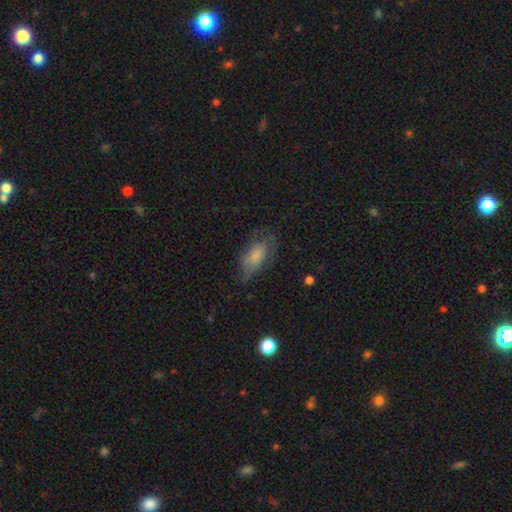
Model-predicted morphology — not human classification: Smooth or featured: smooth — 71% (featured or disk — 21%)
How rounded: in between — 86% (cigar-shaped — 10%)
Merging: none — 56% (minor disturbance — 29%)